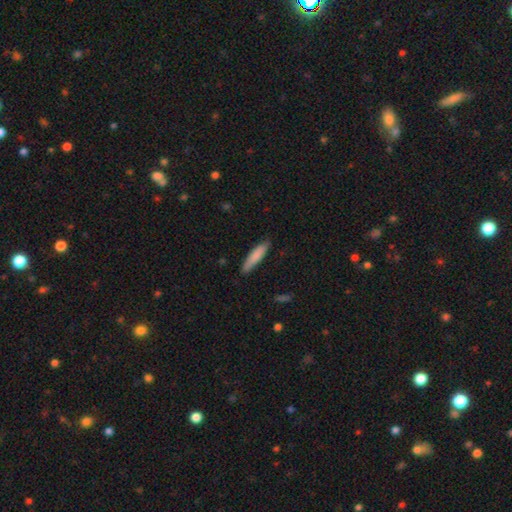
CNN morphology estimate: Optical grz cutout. It shows a smooth galaxy with no disk features (82%) that is cigar-shaped (83%). Merging: none (83%).